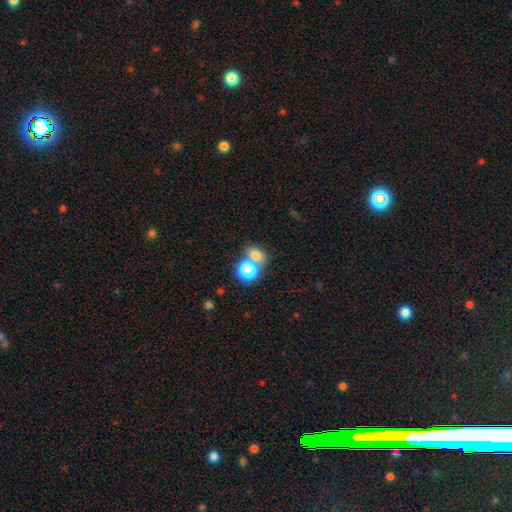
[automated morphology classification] The model was most divided on "how rounded": round: 52%, in between: 47%, cigar-shaped: 1%. Remaining: smooth or featured — smooth (72%); merging — none (47%).